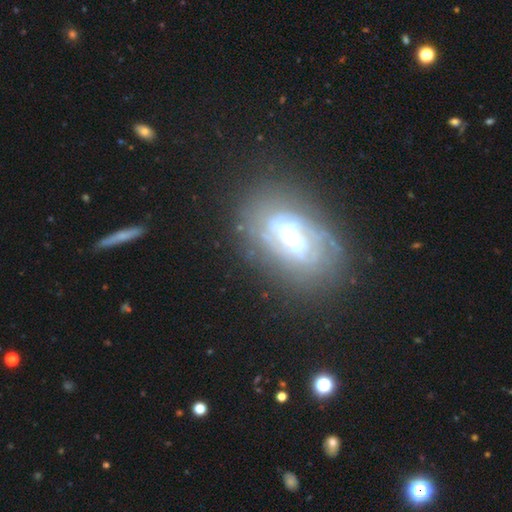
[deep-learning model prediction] Morphology: type=featured or disk (70%); edge-on=no (87%); bar=no (40%); spiral arms=yes (65%); bulge=moderate (55%); merging=none (69%).